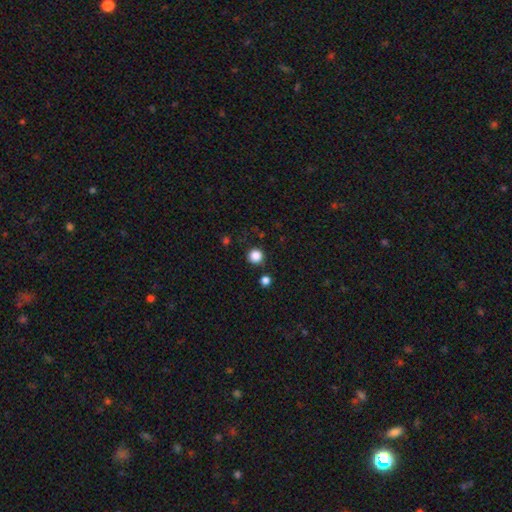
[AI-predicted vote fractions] Smooth or featured? Predicted: smooth (p=0.85). How rounded? Predicted: round (p=0.95). Merging? Predicted: none (p=0.87).